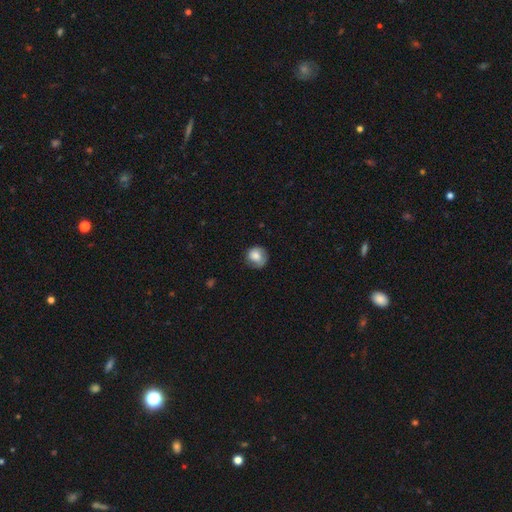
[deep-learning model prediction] smooth 78%, featured or disk 14%, star or artifact 8%. Down the decision tree: how rounded — round (83%); merging — none (65%).